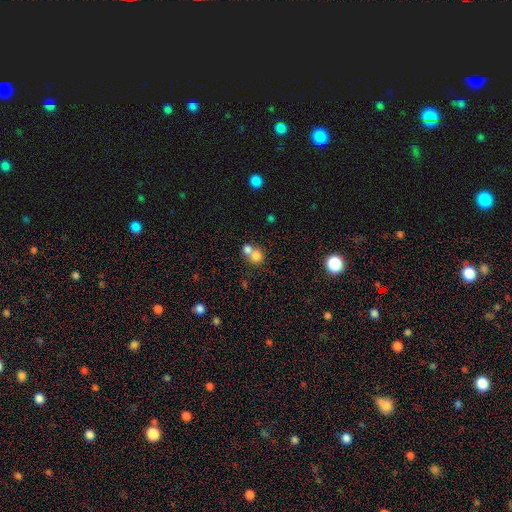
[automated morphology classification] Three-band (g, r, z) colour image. It shows a smooth galaxy with no disk features (76%) that is round (81%). Merging: merger (56%).